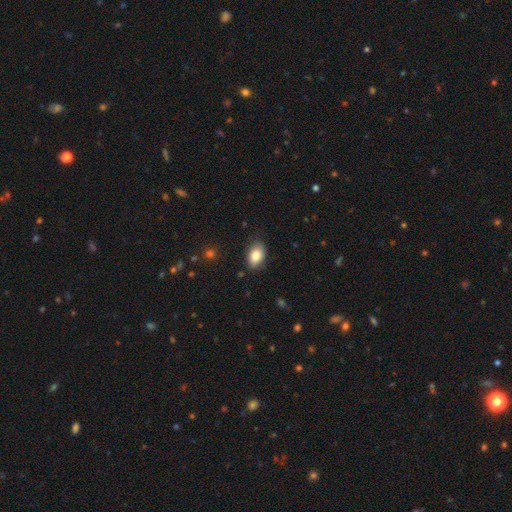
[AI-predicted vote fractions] Q: Smooth or featured?
A: smooth (83%); runner-up: featured or disk (9%)
Q: How rounded?
A: in between (89%); runner-up: round (9%)
Q: Merging?
A: none (81%); runner-up: minor disturbance (15%)